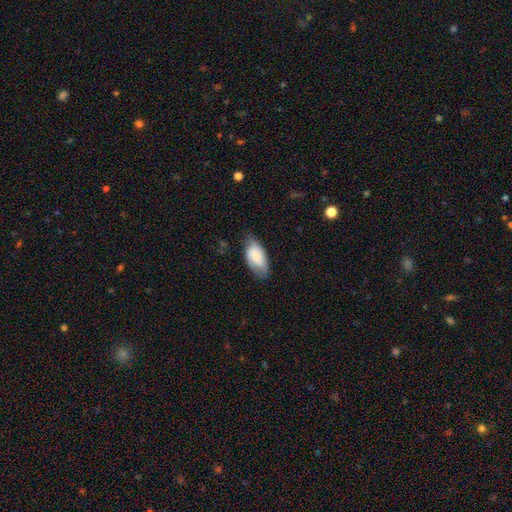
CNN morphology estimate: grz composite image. It shows a smooth galaxy with no disk features (60%) that is in between round and cigar-shaped (93%). Merging: none (63%).